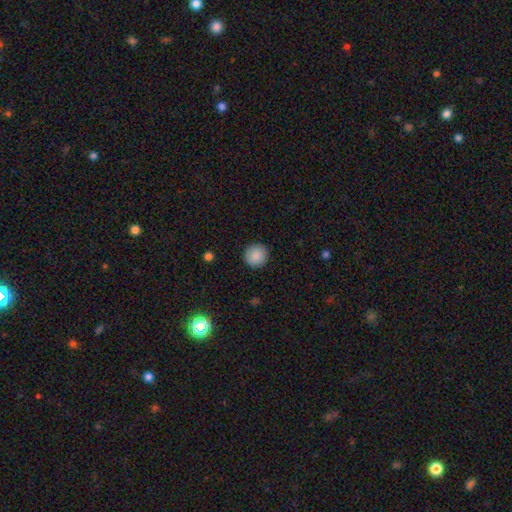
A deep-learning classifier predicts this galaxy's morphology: Smooth or featured: smooth — 89% (star or artifact — 8%)
How rounded: round — 93% (in between — 6%)
Merging: none — 91% (minor disturbance — 6%)